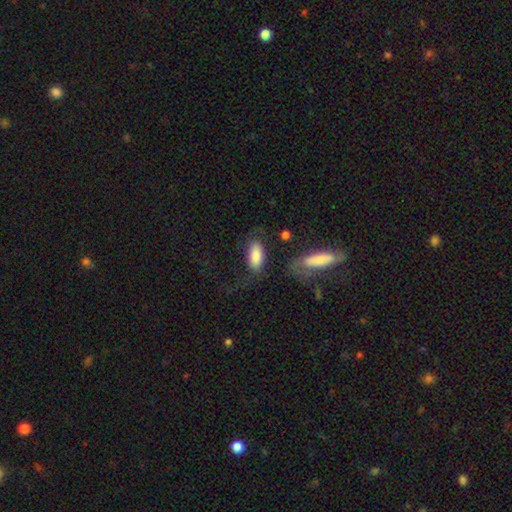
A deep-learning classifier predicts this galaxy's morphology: smooth_or_featured: smooth (p=0.79) [alt: featured or disk p=0.14]
how_rounded: in between (p=0.89) [alt: cigar-shaped p=0.08]
merging: none (p=0.60) [alt: minor disturbance p=0.18]